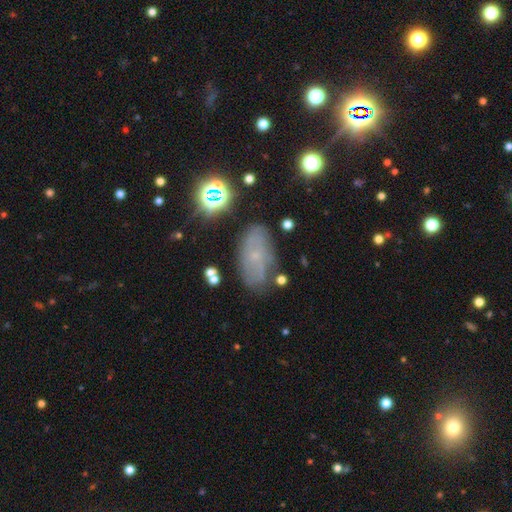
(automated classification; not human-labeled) Smooth or featured?
  - featured or disk: 44% *
  - smooth: 38%
  - star or artifact: 18%
Merging?
  - none: 73% *
  - minor disturbance: 18%
  - major disturbance: 6%
  - merger: 4%